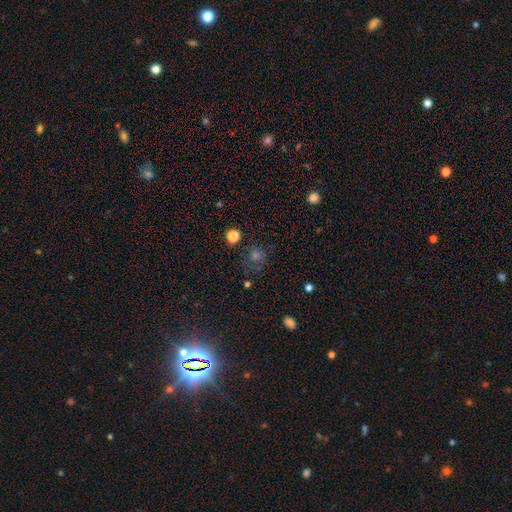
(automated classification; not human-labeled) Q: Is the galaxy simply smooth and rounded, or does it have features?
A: smooth — 44%.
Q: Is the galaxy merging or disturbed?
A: none — 70%.